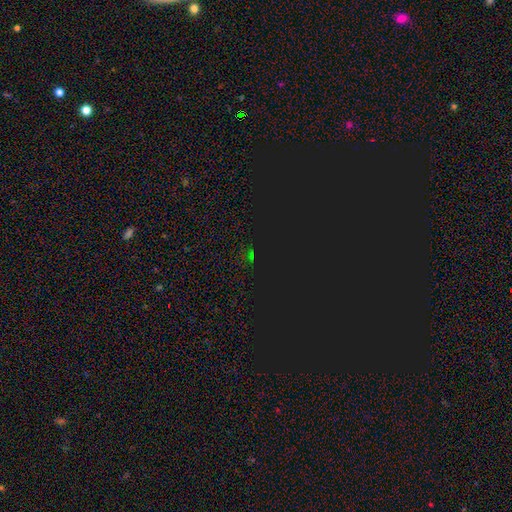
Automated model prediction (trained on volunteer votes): smooth-or-featured: star or artifact: 80% | smooth: 13% | featured or disk: 7%